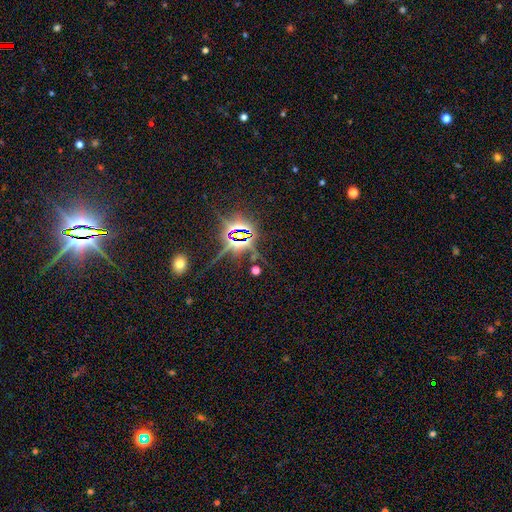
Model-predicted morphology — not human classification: Overall: star or artifact (81%).